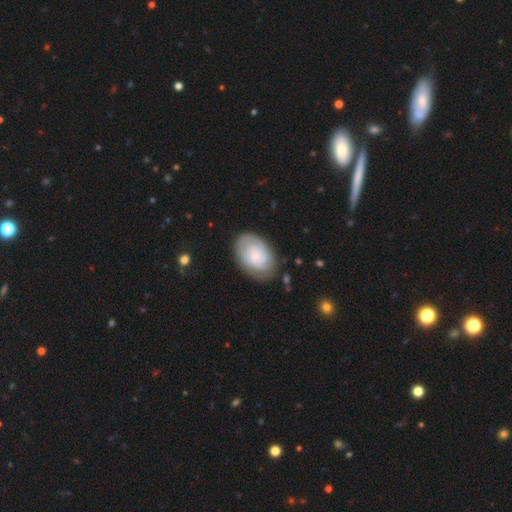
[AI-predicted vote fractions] smooth-or-featured: featured or disk: 55% | smooth: 38% | star or artifact: 7%
  disk-edge-on: no: 97% | yes: 3%
    bar: no: 80% | weak: 18% | strong: 3%
    has-spiral-arms: yes: 85% | no: 15%
    bulge-size: small: 76% | moderate: 16% | none: 4% | large: 2% | dominant: 1%
  merging: none: 75% | minor disturbance: 18% | major disturbance: 6% | merger: 2%